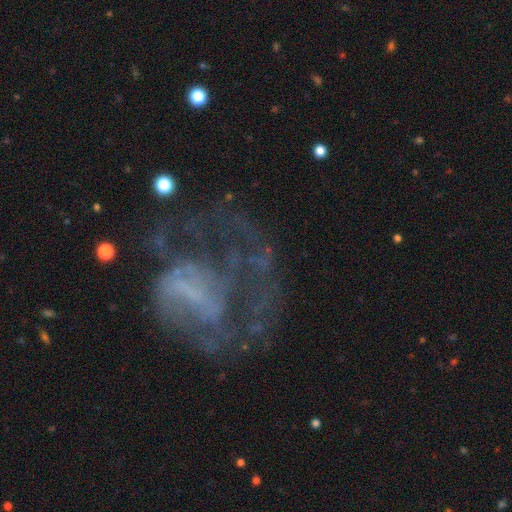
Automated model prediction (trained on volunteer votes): Smooth or featured?
  - featured or disk: 65% *
  - smooth: 18%
  - star or artifact: 16%
Edge-on disk?
  - no: 97% *
  - yes: 3%
Bar?
  - no: 60% *
  - weak: 29%
  - strong: 12%
Spiral arms?
  - no: 52% *
  - yes: 48%
Bulge size?
  - none: 63% *
  - small: 21%
  - moderate: 11%
  - large: 4%
  - dominant: 1%
Merging?
  - major disturbance: 49% *
  - none: 32%
  - minor disturbance: 14%
  - merger: 5%